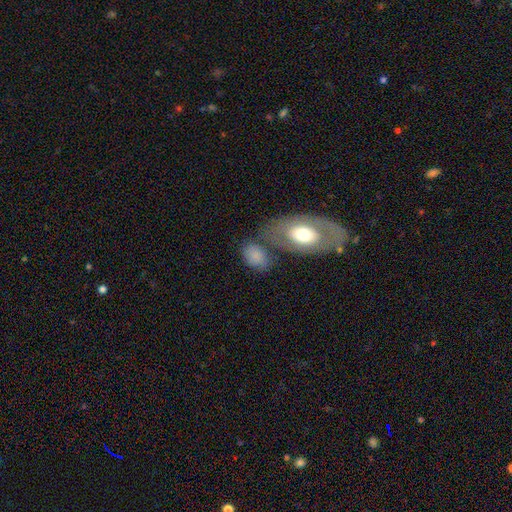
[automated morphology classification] The model was most divided on "merging": none: 48%, merger: 22%, minor disturbance: 19%, major disturbance: 10%. More confident: how rounded — in between (81%); smooth or featured — smooth (74%).